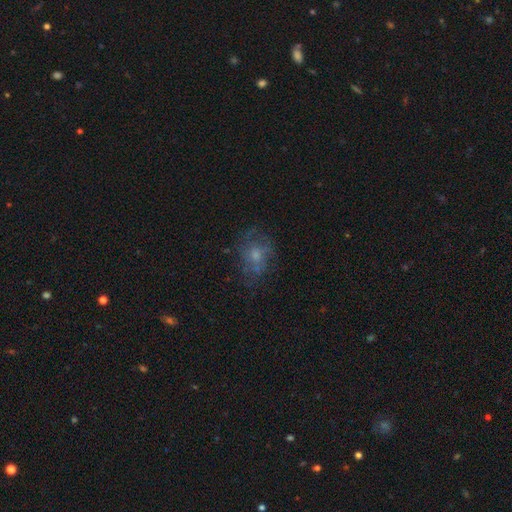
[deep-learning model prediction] A featured or disk galaxy (43%). Merging: none (58%).